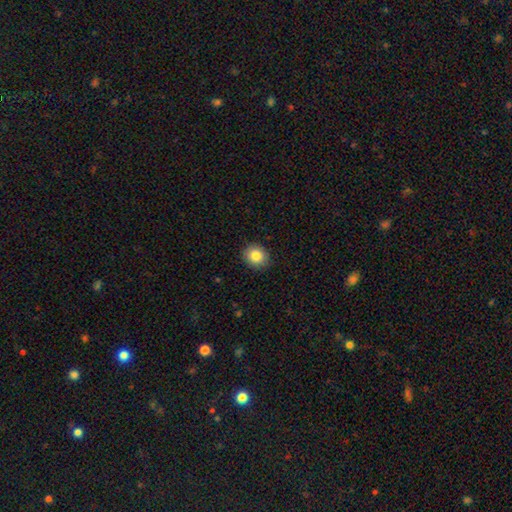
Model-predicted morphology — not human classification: smooth 85%, star or artifact 9%, featured or disk 6%. Down the decision tree: how rounded — round (75%); merging — none (90%).